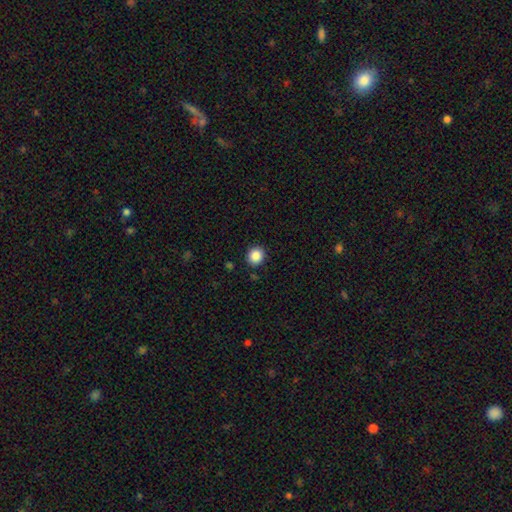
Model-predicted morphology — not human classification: This is clearly a smooth galaxy (87%). How rounded: clearly round (89%). Merging: clearly none (90%).